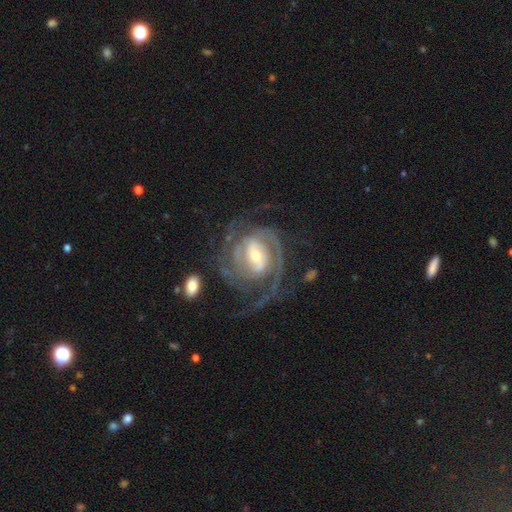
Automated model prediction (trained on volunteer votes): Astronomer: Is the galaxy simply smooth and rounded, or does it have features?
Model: featured or disk — 91%.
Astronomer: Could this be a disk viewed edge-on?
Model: no — 97%.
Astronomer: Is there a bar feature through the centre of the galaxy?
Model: strong — 42% (runner-up: weak, 41%).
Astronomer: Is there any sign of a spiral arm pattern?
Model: yes — 98%.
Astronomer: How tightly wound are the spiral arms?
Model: tight — 62%.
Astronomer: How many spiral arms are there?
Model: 2 — 41% (runner-up: 3, 27%).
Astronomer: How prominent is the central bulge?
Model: moderate — 48% (runner-up: small, 44%).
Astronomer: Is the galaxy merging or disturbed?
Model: none — 72%.